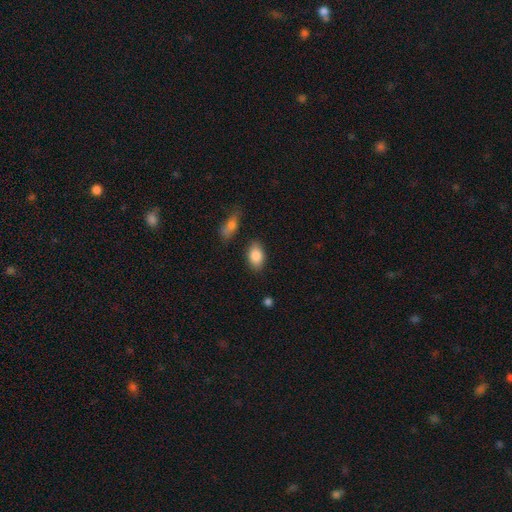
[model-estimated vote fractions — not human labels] Smooth or featured? smooth (86%)
How rounded? in between (89%)
Merging? none (83%)